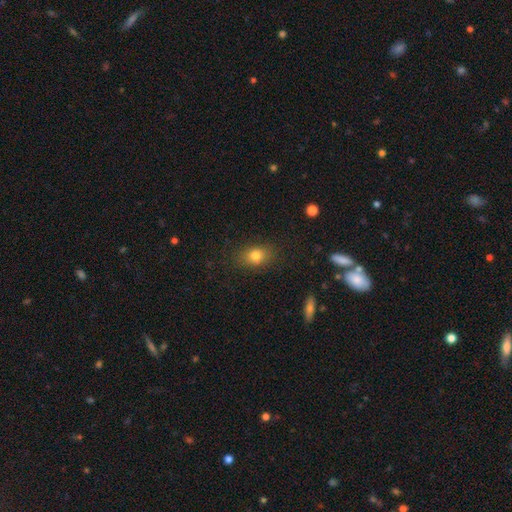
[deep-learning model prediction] Morphology: type=smooth (79%); roundness=in between (64%); merging=none (82%).